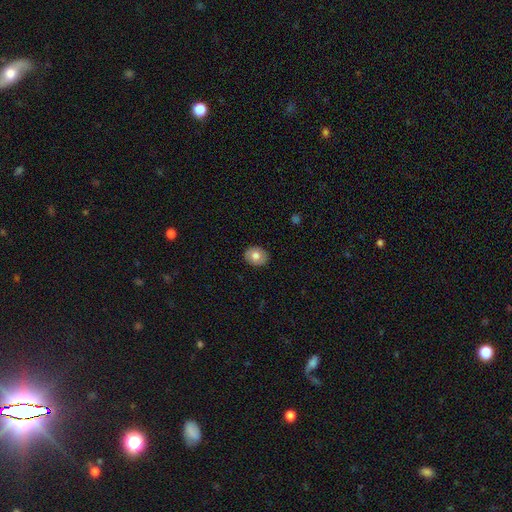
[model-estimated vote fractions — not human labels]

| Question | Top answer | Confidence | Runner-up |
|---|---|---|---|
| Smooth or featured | smooth | 72% | featured or disk (20%) |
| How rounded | round | 54% | in between (45%) |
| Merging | none | 88% | minor disturbance (9%) |